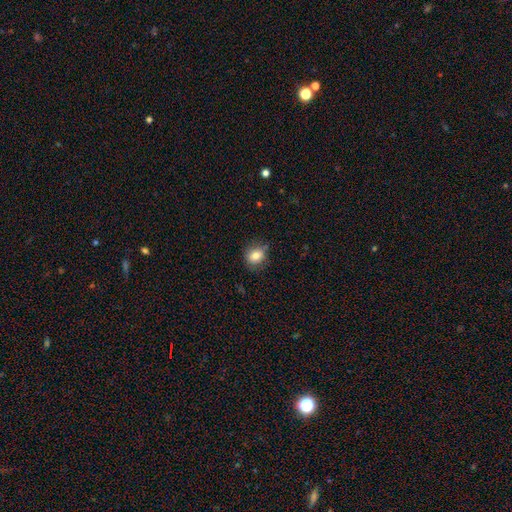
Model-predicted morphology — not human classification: This appears to be a smooth galaxy with no disk features (80%) that is round (70%). Merging: none (77%).